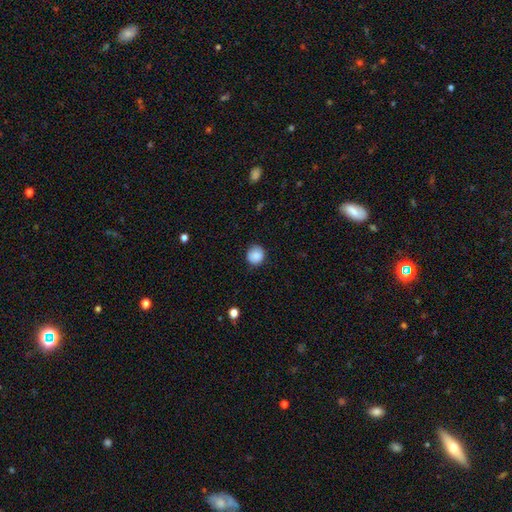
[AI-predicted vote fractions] Smooth or featured: smooth — 87% (star or artifact — 9%)
How rounded: round — 89% (in between — 10%)
Merging: none — 83% (minor disturbance — 13%)